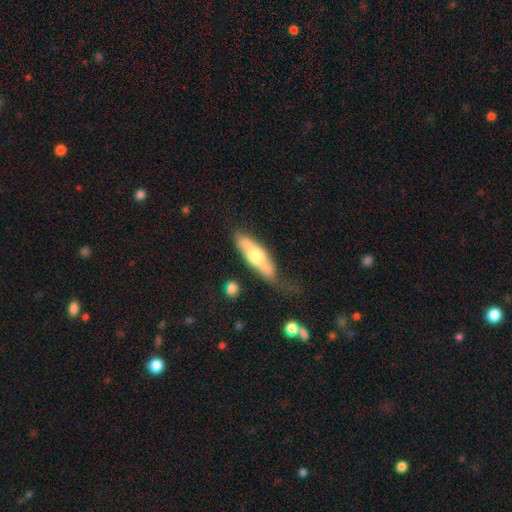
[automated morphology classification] A smooth galaxy with no disk features (51%) that is cigar-shaped (58%).

Vote fractions:
- Smooth or featured? smooth: 51% / featured or disk: 43% / star or artifact: 5%
- How rounded? cigar-shaped: 58% / in between: 40% / round: 2%
- Merging? none: 50% / minor disturbance: 31% / major disturbance: 15% / merger: 4%